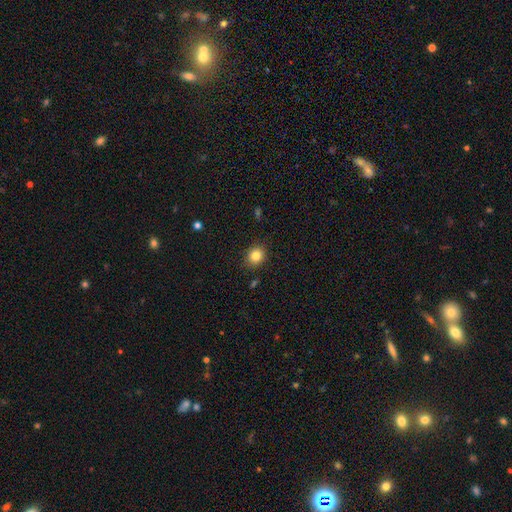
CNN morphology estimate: smooth_or_featured: smooth (p=0.84) [alt: star or artifact p=0.10]
how_rounded: round (p=0.66) [alt: in between p=0.34]
merging: none (p=0.87) [alt: minor disturbance p=0.09]